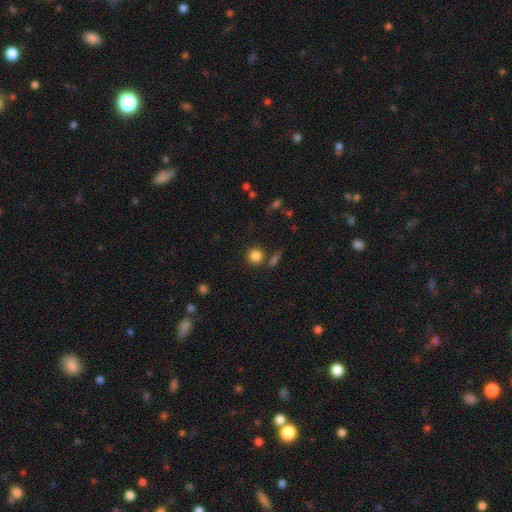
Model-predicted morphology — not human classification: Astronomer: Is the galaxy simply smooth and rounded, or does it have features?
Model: smooth — 85%.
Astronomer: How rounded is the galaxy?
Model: round — 89%.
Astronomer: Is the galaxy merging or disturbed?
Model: none — 76%.